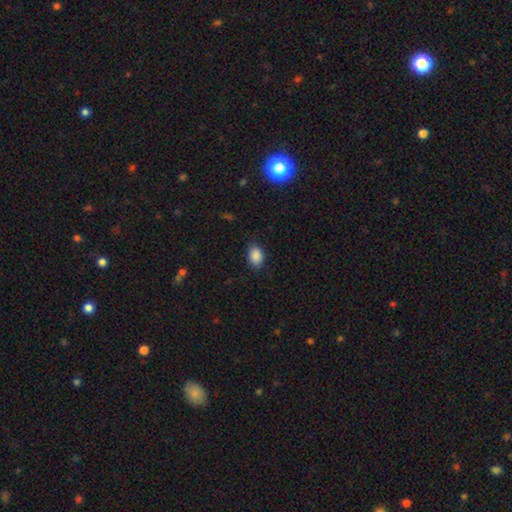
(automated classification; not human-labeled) Morphology: type=smooth (88%); roundness=in between (82%); merging=none (85%).